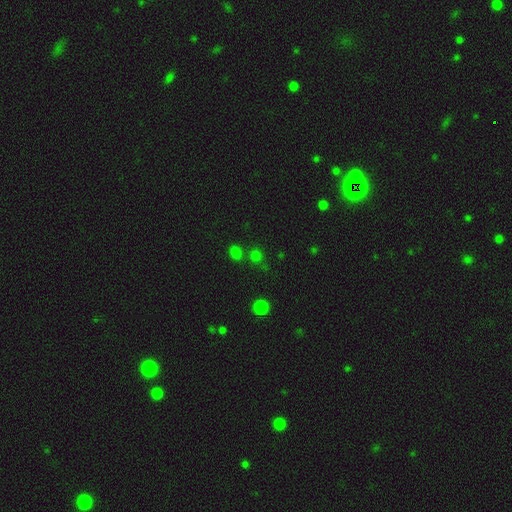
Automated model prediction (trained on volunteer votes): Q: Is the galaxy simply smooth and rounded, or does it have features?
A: smooth — 64%.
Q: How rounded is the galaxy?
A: round — 85%.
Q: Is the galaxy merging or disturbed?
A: none — 71%.